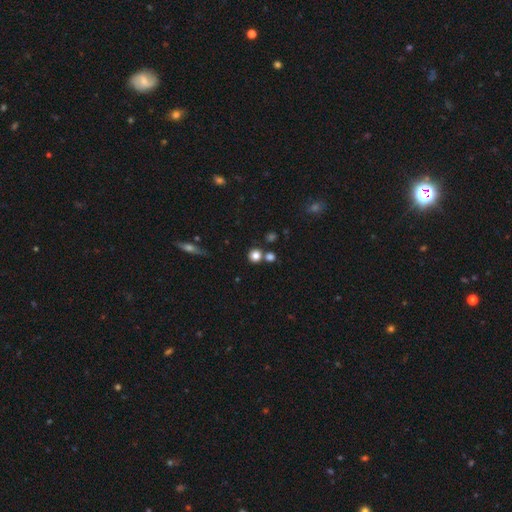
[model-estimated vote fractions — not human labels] Smooth or featured? Predicted: smooth (p=0.80). How rounded? Predicted: round (p=0.90). Merging? Predicted: none (p=0.71).